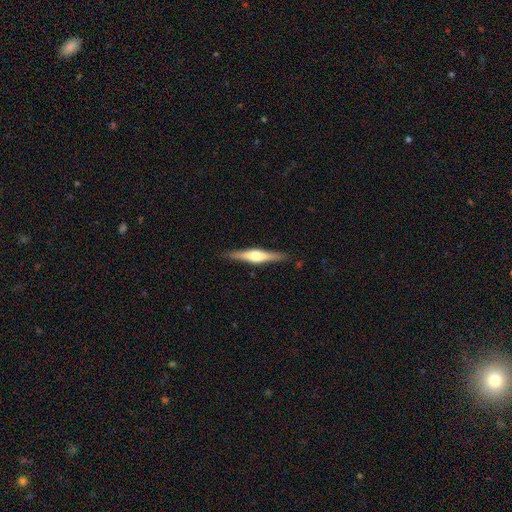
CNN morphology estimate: smooth-or-featured: featured or disk: 69% | smooth: 25% | star or artifact: 5%
  disk-edge-on: yes: 98% | no: 2%
    edge-on-bulge: rounded: 83% | boxy: 13% | none: 4%
  merging: none: 89% | minor disturbance: 8% | major disturbance: 2% | merger: 1%